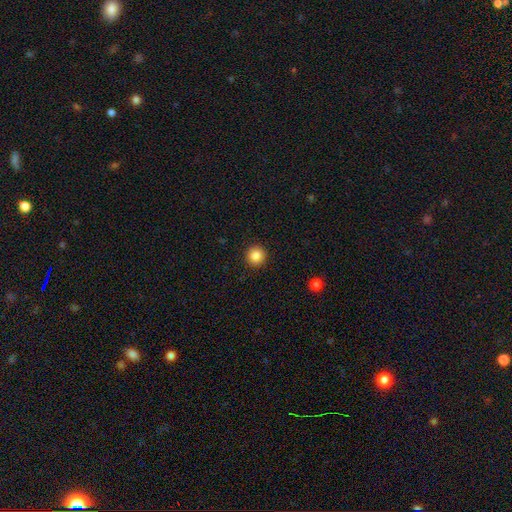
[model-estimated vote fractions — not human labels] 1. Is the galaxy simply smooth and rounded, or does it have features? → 86% smooth, 10% star or artifact, 4% featured or disk.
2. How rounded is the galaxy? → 96% round, 4% in between, 1% cigar-shaped.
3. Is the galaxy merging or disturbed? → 93% none, 4% minor disturbance, 2% major disturbance, 1% merger.